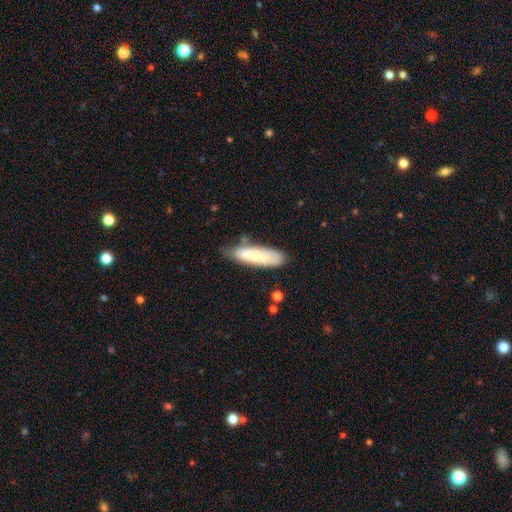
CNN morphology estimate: Overall: smooth (77%). How rounded: cigar-shaped (59%; in between 39%). Merging: none (62%; minor disturbance 26%).